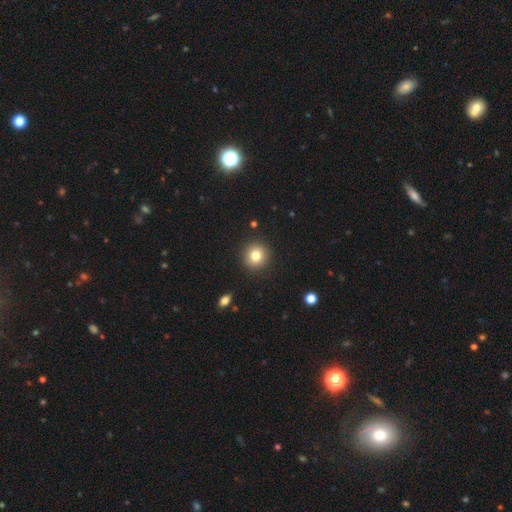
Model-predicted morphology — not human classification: Smooth or featured? smooth (80%)
How rounded? round (93%)
Merging? none (92%)